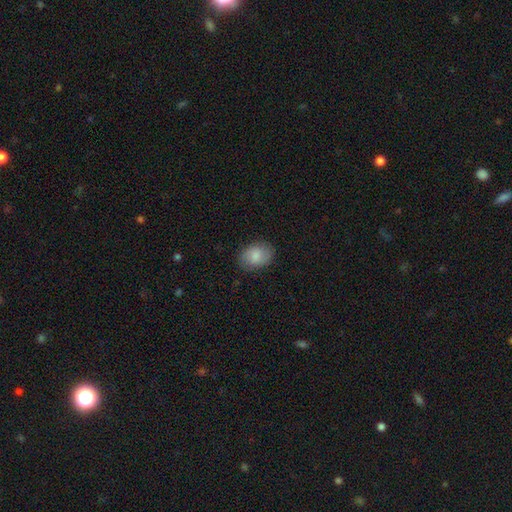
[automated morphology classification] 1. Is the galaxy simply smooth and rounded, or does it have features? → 81% smooth, 12% featured or disk, 7% star or artifact.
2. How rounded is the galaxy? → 74% in between, 25% round, 1% cigar-shaped.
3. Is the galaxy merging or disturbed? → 83% none, 13% minor disturbance, 3% major disturbance, 1% merger.